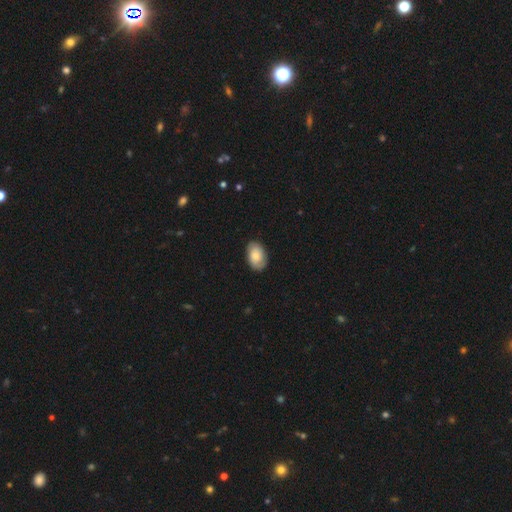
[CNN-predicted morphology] Smooth or featured: smooth — 68% (featured or disk — 26%)
How rounded: in between — 89% (round — 9%)
Merging: none — 82% (minor disturbance — 14%)